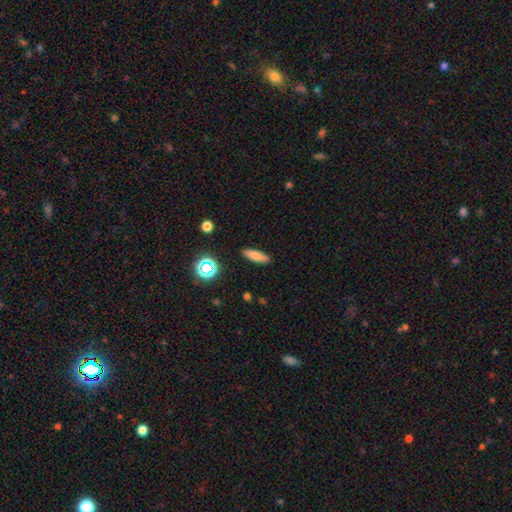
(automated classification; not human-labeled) smooth_or_featured: smooth (p=0.77) [alt: featured or disk p=0.12]
how_rounded: cigar-shaped (p=0.55) [alt: in between p=0.42]
merging: none (p=0.90) [alt: minor disturbance p=0.07]